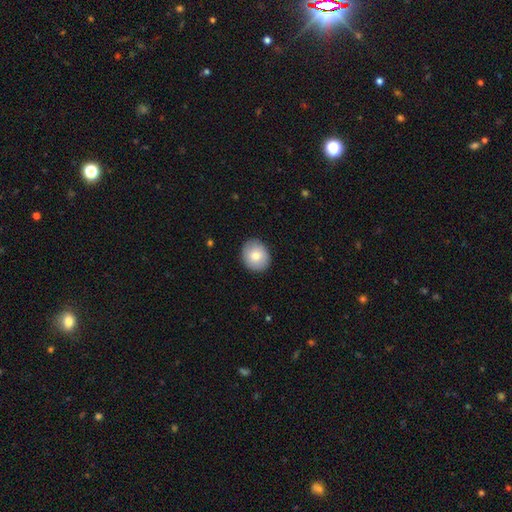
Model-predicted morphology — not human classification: This is likely a smooth galaxy (79%). How rounded: likely round (70%). Merging: clearly none (87%).